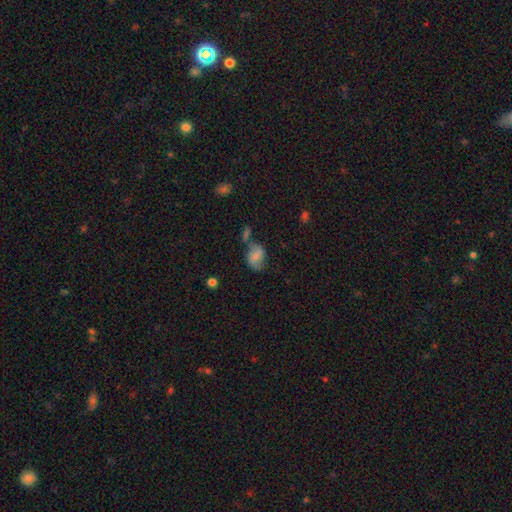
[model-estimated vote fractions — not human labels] Overall: smooth (66%). How rounded: in between (71%). Merging: none (46%; minor disturbance 24%).